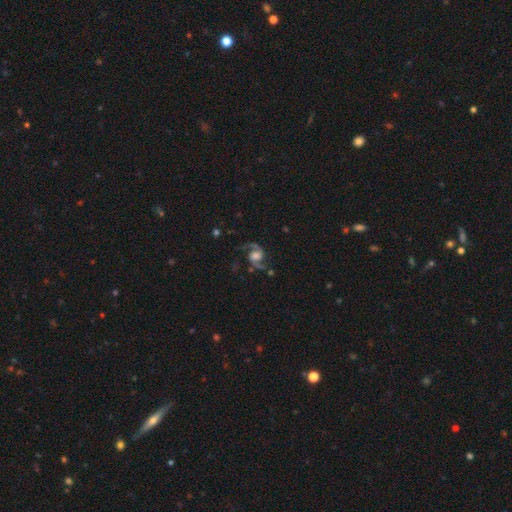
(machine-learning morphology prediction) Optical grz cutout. It shows a featured or disk galaxy (90%) with no bar (51%), 2 (94%) loose (47%) spiral arms (98%) and a large central bulge (37%). Merging: none (75%).